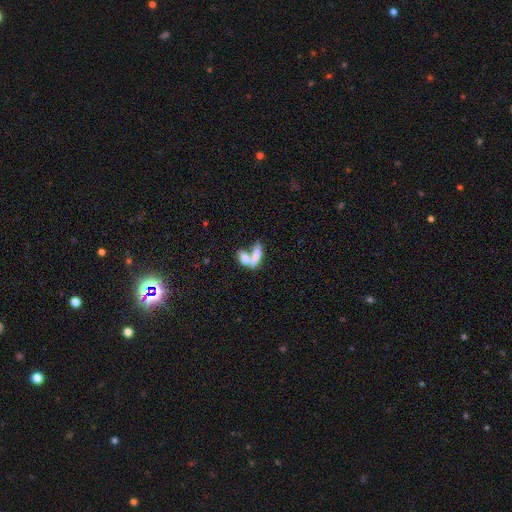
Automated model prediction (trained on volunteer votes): Smooth or featured? Predicted: smooth (p=0.70). How rounded? Predicted: in between (p=0.69). Merging? Predicted: merger (p=0.67).